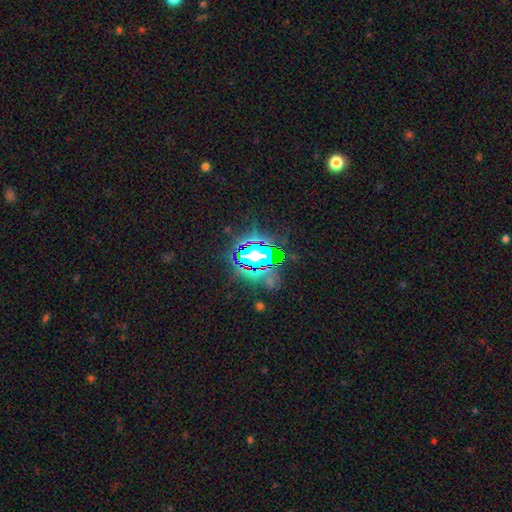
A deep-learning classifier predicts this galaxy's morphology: type=star or artifact (76%).